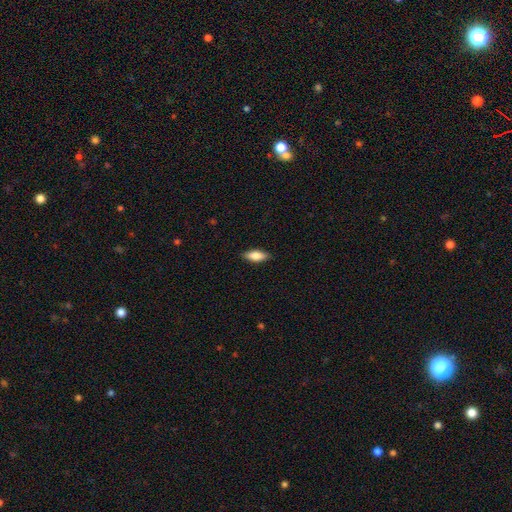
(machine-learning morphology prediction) Smooth or featured? smooth (79%)
How rounded? in between (75%)
Merging? none (87%)